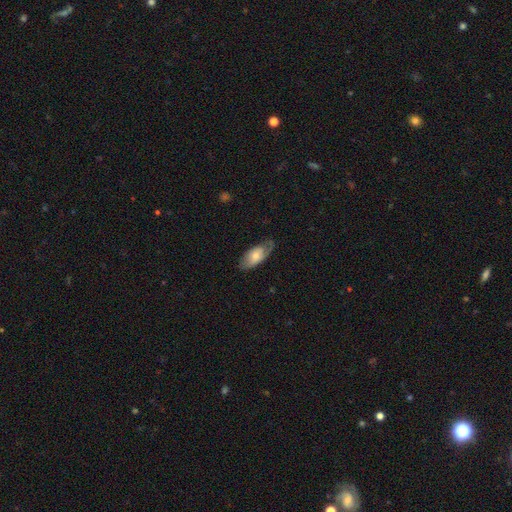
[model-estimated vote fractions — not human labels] Q: Smooth or featured?
A: smooth (55%); runner-up: featured or disk (39%)
Q: How rounded?
A: in between (87%); runner-up: cigar-shaped (9%)
Q: Merging?
A: none (62%); runner-up: minor disturbance (27%)